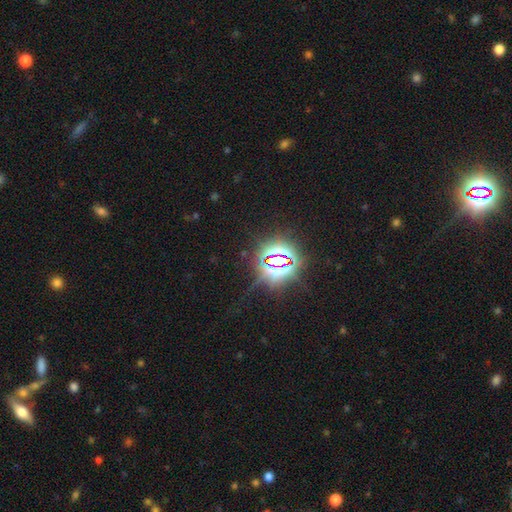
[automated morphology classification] star or artifact 83%, smooth 10%, featured or disk 7%.